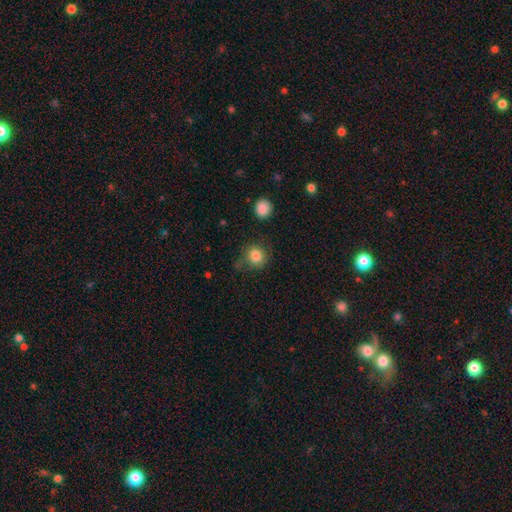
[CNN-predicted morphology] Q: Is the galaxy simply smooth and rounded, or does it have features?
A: smooth — 83%.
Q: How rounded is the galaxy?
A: round — 86%.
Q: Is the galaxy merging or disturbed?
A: none — 72%.